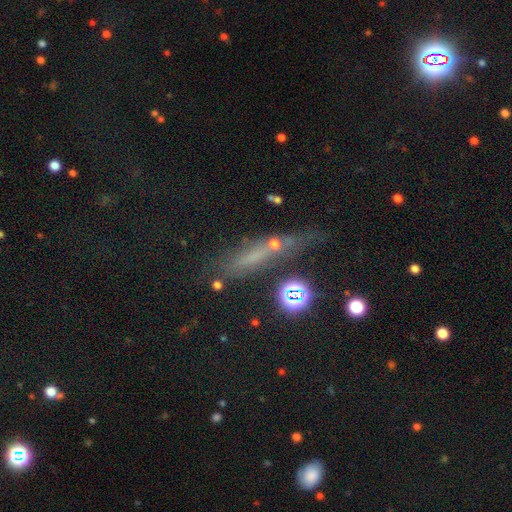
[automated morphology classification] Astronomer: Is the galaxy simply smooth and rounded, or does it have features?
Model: smooth — 44% (runner-up: star or artifact, 28%).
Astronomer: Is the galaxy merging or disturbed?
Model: none — 65%.